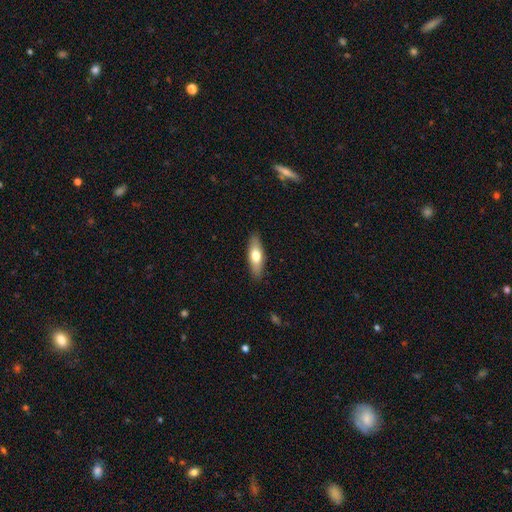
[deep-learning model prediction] This appears to be a smooth galaxy with no disk features (65%) that is in between round and cigar-shaped (55%). Merging: none (89%).